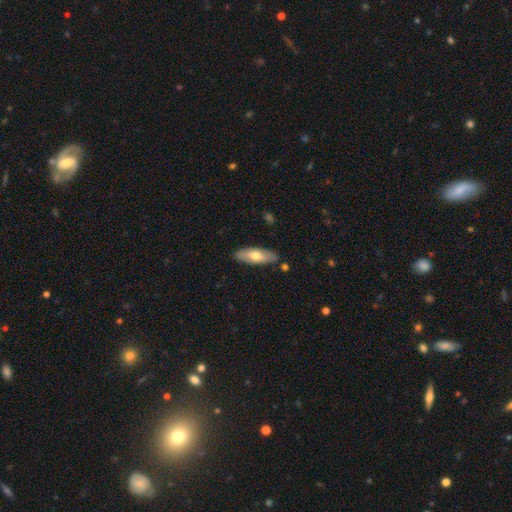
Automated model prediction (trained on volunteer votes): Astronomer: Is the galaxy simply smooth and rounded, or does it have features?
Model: smooth — 62%.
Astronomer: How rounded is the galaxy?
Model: in between — 64%.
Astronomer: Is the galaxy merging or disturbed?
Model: none — 84%.